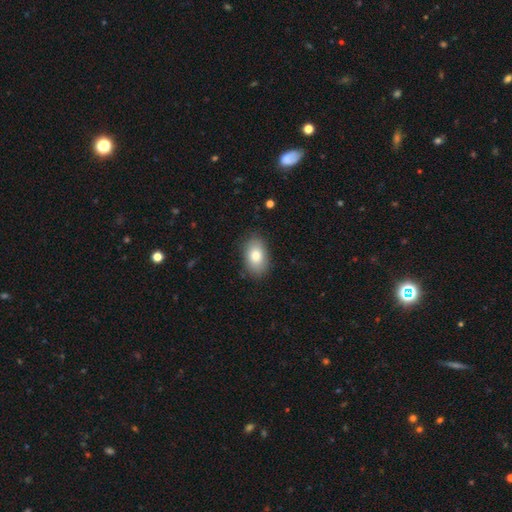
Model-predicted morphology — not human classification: smooth_or_featured: smooth (p=0.80) [alt: featured or disk p=0.13]
how_rounded: in between (p=0.89) [alt: round p=0.10]
merging: none (p=0.85) [alt: minor disturbance p=0.11]